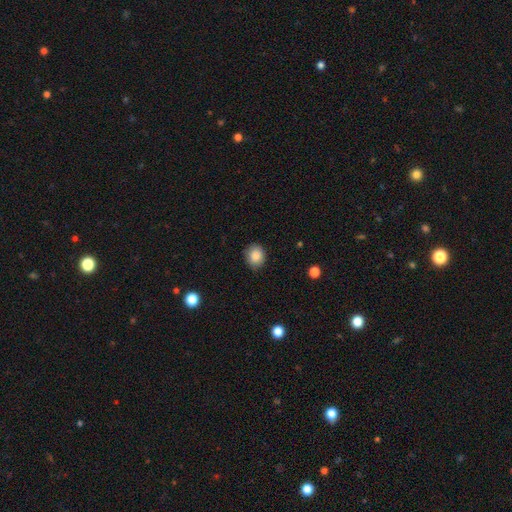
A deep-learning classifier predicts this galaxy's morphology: Smooth or featured? Predicted: smooth (p=0.87). How rounded? Predicted: round (p=0.71). Merging? Predicted: none (p=0.84).